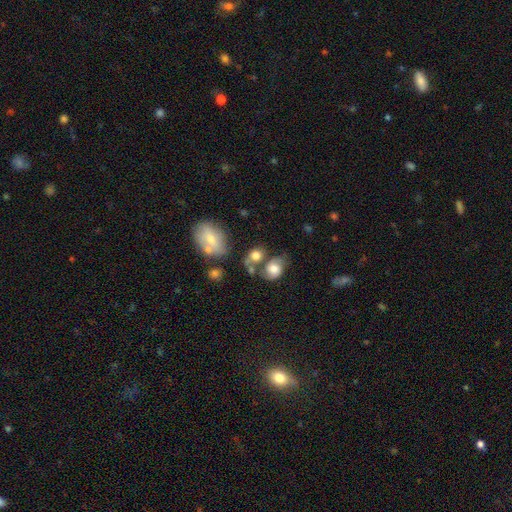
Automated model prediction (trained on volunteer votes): smooth 68%, featured or disk 22%, star or artifact 10%. Down the decision tree: how rounded — round (52%); merging — none (36%).